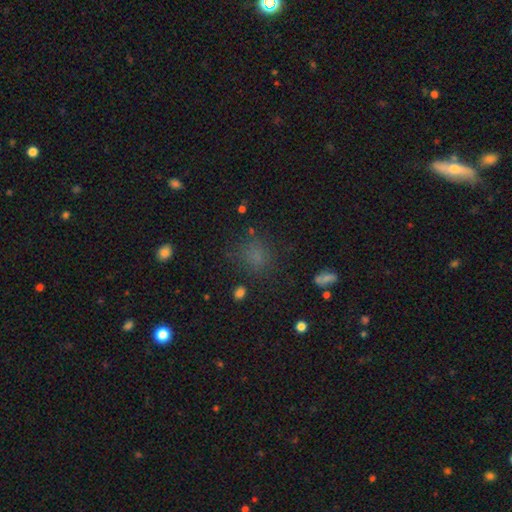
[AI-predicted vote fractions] Overall: smooth (69%). How rounded: round (69%). Merging: none (72%).